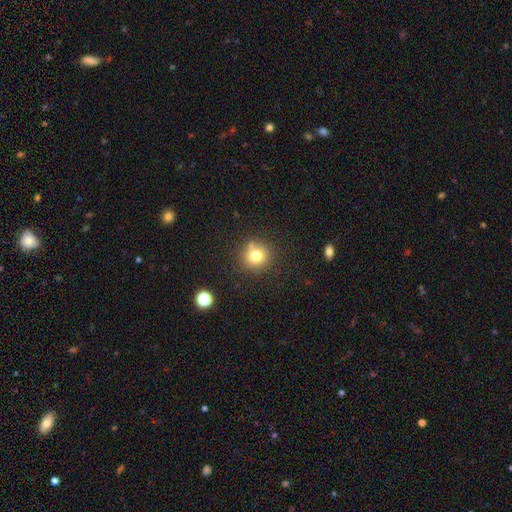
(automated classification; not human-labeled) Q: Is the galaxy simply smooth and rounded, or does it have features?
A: smooth — 76%.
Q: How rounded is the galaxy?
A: round — 91%.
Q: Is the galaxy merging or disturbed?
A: none — 77%.